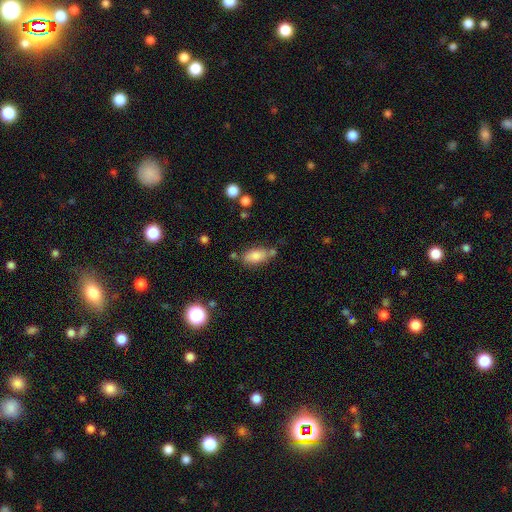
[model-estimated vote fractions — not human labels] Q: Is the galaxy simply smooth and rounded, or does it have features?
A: smooth — 79%.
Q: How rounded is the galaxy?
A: in between — 86%.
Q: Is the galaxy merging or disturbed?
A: none — 64%.